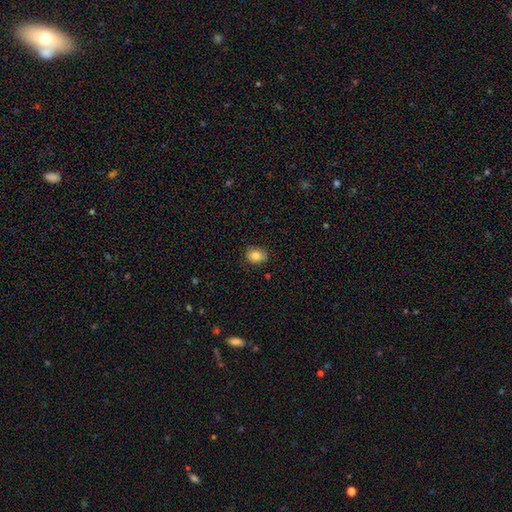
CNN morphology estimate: This appears to be a smooth galaxy with no disk features (85%) that is in between round and cigar-shaped (63%). Merging: none (85%).